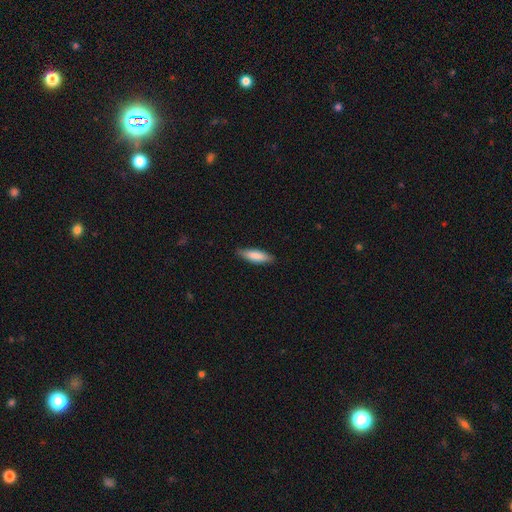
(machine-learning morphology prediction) Smooth or featured?
  - smooth: 85% *
  - featured or disk: 10%
  - star or artifact: 5%
How rounded?
  - cigar-shaped: 54% *
  - in between: 44%
  - round: 2%
Merging?
  - none: 85% *
  - minor disturbance: 12%
  - major disturbance: 2%
  - merger: 1%